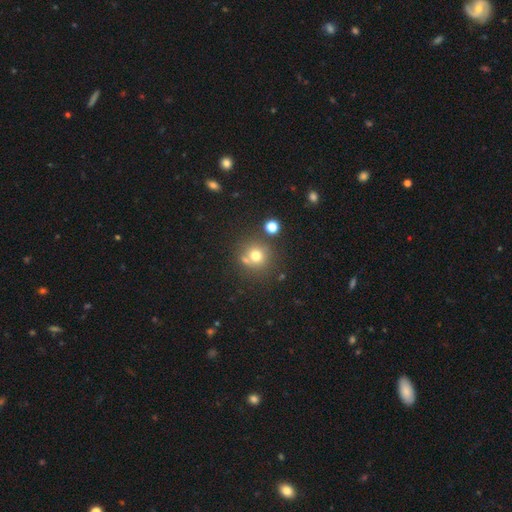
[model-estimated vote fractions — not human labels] The model was most divided on "merging": none: 68%, merger: 18%, minor disturbance: 10%, major disturbance: 4%. More confident: how rounded — round (90%); smooth or featured — smooth (71%).